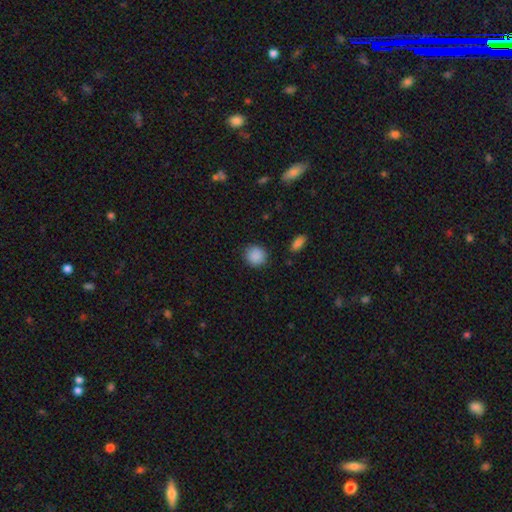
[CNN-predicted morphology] Overall: smooth (88%). How rounded: round (90%). Merging: none (89%).